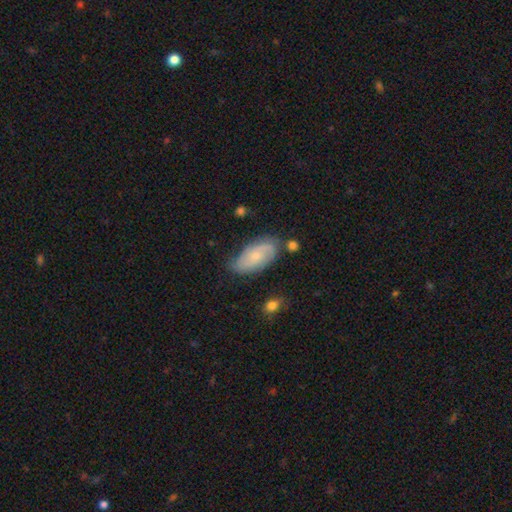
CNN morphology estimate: Smooth or featured? featured or disk (60%)
Edge-on disk? no (94%)
Bar? no (69%)
Spiral arms? yes (89%)
Bulge size? small (68%)
Merging? none (69%)